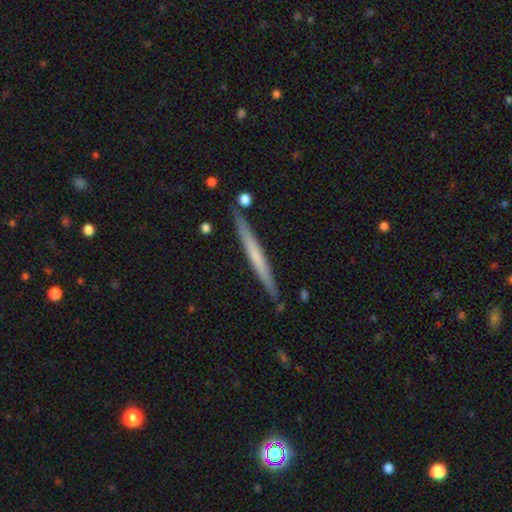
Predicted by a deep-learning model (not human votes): Morphology: type=smooth (47%, tied with featured or disk); merging=none (88%).